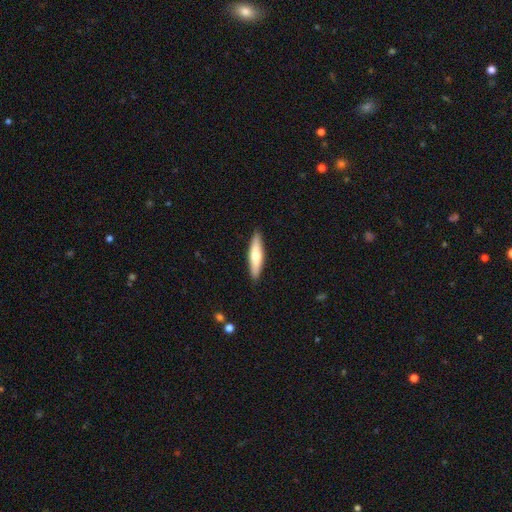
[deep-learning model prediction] Smooth or featured? smooth (62%)
How rounded? cigar-shaped (75%)
Merging? none (90%)